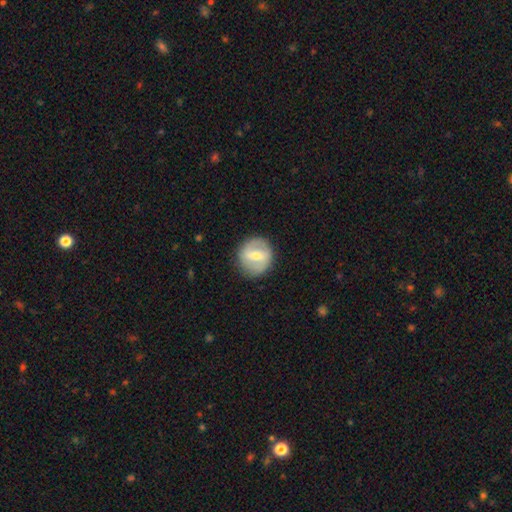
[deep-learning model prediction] This is possibly a featured or disk galaxy (56%). It is clearly not viewed edge-on (94%). Bar: marginally strong (45%). Spiral arm pattern: possibly no (60%). Central bulge: possibly moderate (52%). Merging: clearly none (85%).